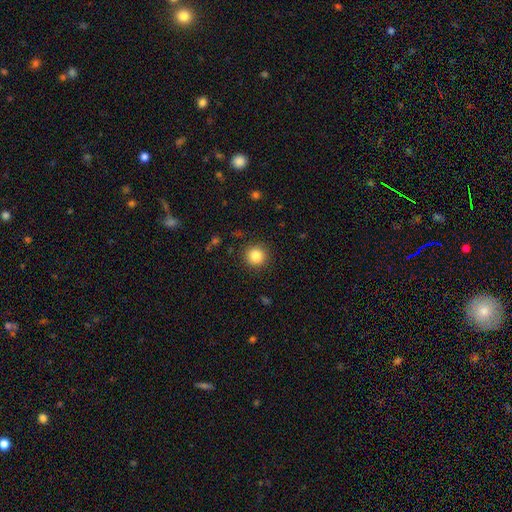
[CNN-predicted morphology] This is clearly a smooth galaxy (84%). How rounded: clearly round (93%). Merging: clearly none (90%).